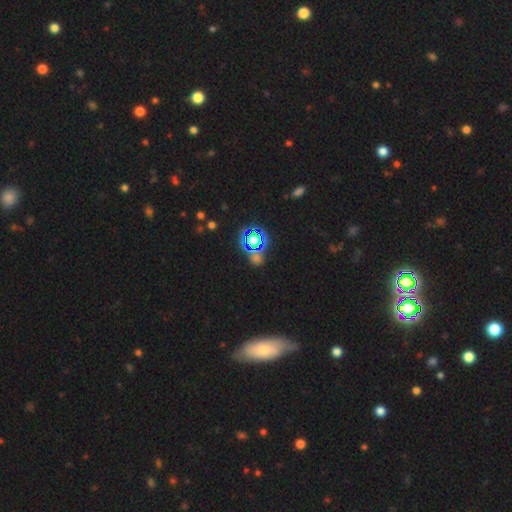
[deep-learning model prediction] Smooth or featured?
  - star or artifact: 63% *
  - smooth: 26%
  - featured or disk: 11%